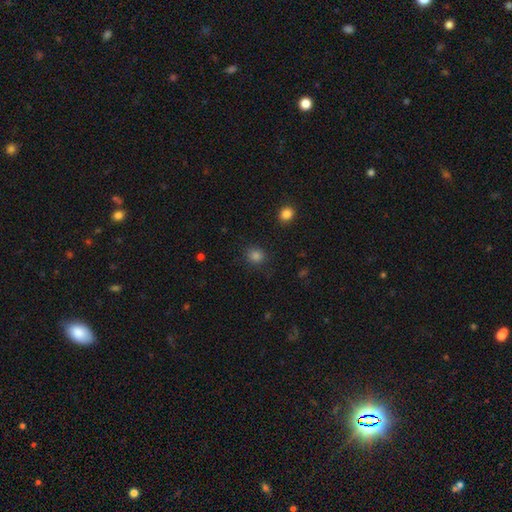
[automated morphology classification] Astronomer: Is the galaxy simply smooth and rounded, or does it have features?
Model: smooth — 82%.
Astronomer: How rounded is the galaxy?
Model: round — 84%.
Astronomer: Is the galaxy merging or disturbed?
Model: none — 87%.